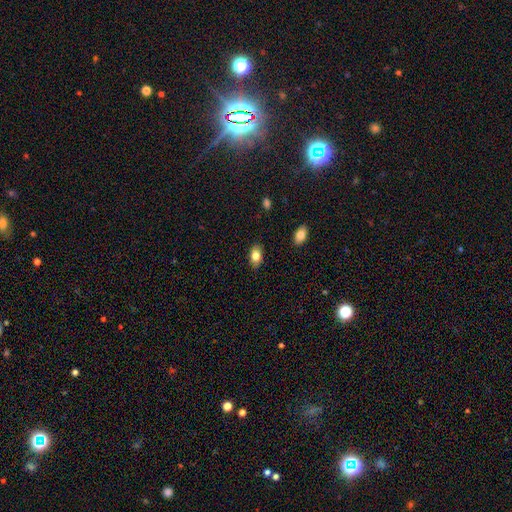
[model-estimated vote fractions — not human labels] Smooth or featured?
  - smooth: 81% *
  - featured or disk: 11%
  - star or artifact: 8%
How rounded?
  - in between: 90% *
  - round: 8%
  - cigar-shaped: 2%
Merging?
  - none: 86% *
  - minor disturbance: 10%
  - major disturbance: 2%
  - merger: 1%